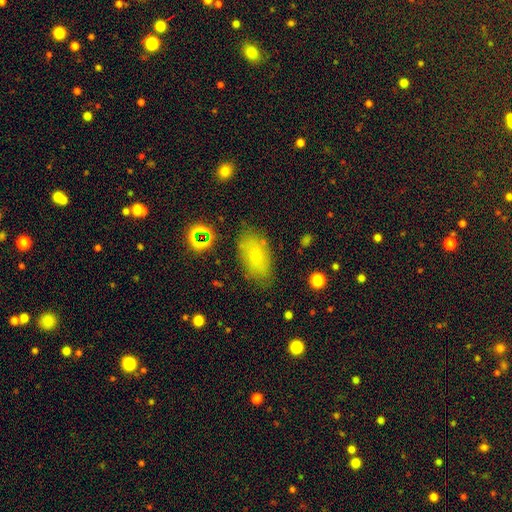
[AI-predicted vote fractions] Smooth or featured? smooth (70%)
How rounded? in between (91%)
Merging? none (75%)